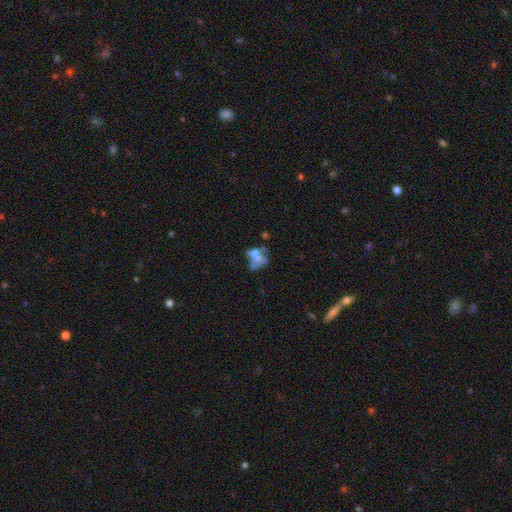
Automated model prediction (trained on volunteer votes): Q: Smooth or featured?
A: featured or disk (44%); runner-up: smooth (41%)
Q: Merging?
A: merger (40%); runner-up: none (26%)